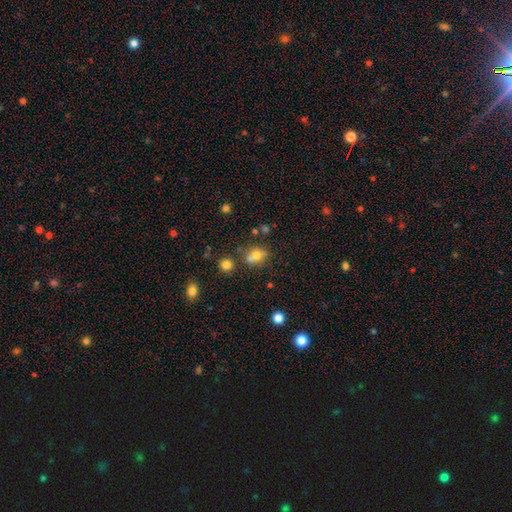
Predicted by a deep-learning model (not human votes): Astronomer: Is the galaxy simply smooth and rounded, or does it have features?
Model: smooth — 71%.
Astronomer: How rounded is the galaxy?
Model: round — 57% (runner-up: in between, 42%).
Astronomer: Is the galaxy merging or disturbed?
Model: none — 55%.